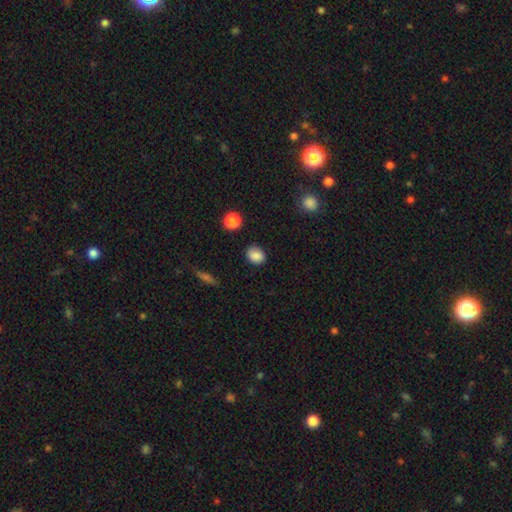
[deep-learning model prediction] Smooth or featured? Predicted: smooth (p=0.86). How rounded? Predicted: round (p=0.51). Merging? Predicted: none (p=0.81).